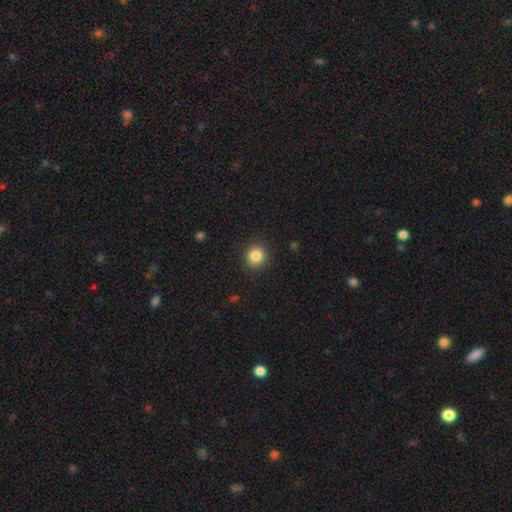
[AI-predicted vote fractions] A smooth galaxy with no disk features (85%) that is round (91%).

Vote fractions:
- Smooth or featured? smooth: 85% / star or artifact: 11% / featured or disk: 4%
- How rounded? round: 91% / in between: 8% / cigar-shaped: 1%
- Merging? none: 90% / minor disturbance: 7% / major disturbance: 2% / merger: 1%